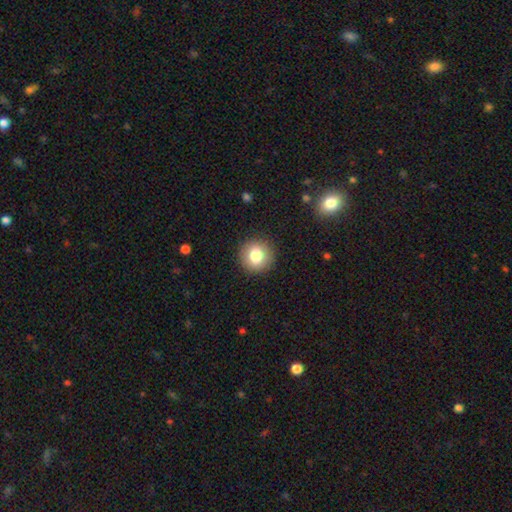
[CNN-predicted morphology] smooth_or_featured: smooth (p=0.81) [alt: featured or disk p=0.10]
how_rounded: round (p=0.93) [alt: in between p=0.06]
merging: none (p=0.91) [alt: minor disturbance p=0.06]